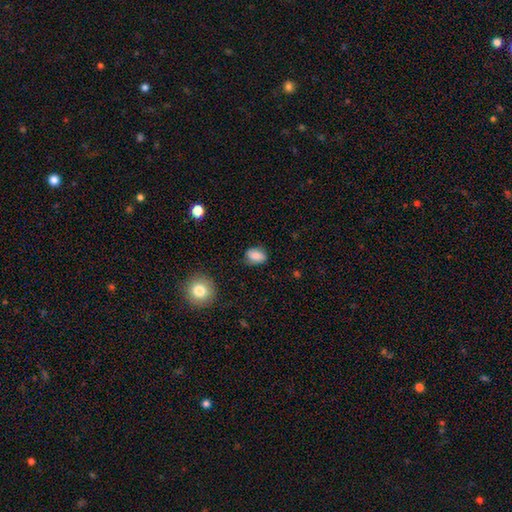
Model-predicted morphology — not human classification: smooth_or_featured: smooth (p=0.81) [alt: featured or disk p=0.10]
how_rounded: in between (p=0.78) [alt: round p=0.20]
merging: none (p=0.72) [alt: minor disturbance p=0.21]